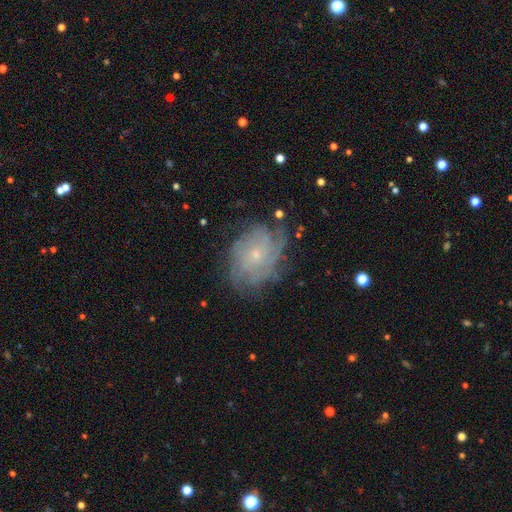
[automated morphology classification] The model was most divided on "spiral arm count": can't tell: 47%, 4: 16%, more than 4: 11%, 3: 11%, 2: 9%, 1: 6%. More confident: edge-on disk — no (97%); spiral arms — yes (89%); bar — no (82%); bulge size — small (81%); smooth or featured — featured or disk (75%); merging — none (68%); spiral winding — tight (63%).